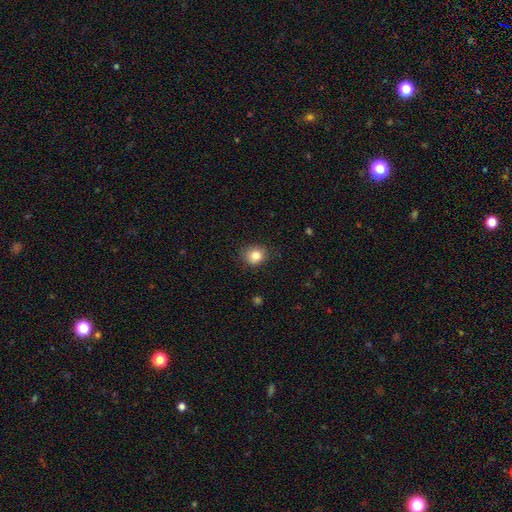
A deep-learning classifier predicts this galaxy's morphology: Smooth or featured: smooth — 84% (star or artifact — 10%)
How rounded: round — 73% (in between — 26%)
Merging: none — 82% (minor disturbance — 14%)